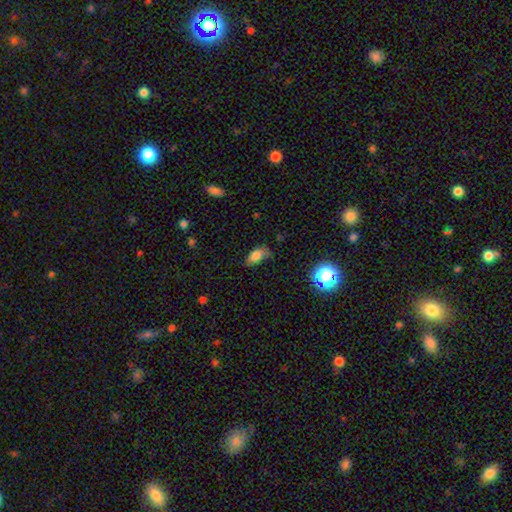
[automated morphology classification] This is likely a smooth galaxy (75%). How rounded: clearly in between (89%). Merging: possibly none (51%).